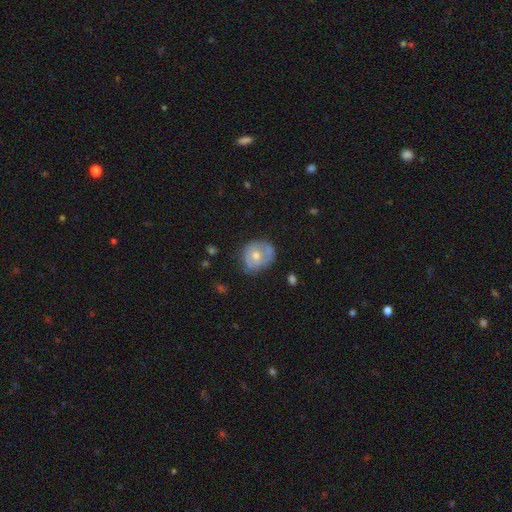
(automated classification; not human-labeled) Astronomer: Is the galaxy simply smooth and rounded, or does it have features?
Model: featured or disk — 49% (runner-up: smooth, 43%).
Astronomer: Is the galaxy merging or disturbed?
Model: none — 57%.